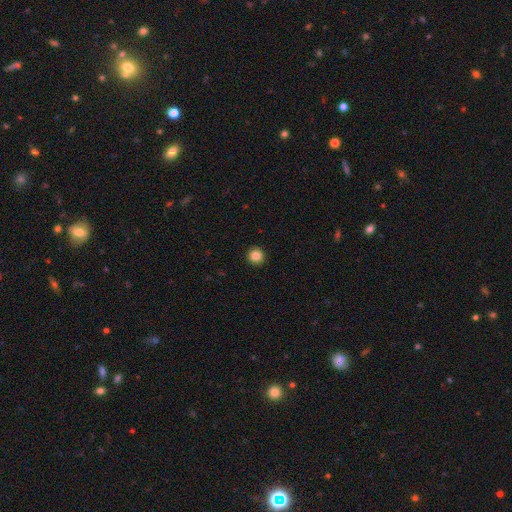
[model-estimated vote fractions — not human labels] Smooth or featured? smooth (85%)
How rounded? round (95%)
Merging? none (94%)